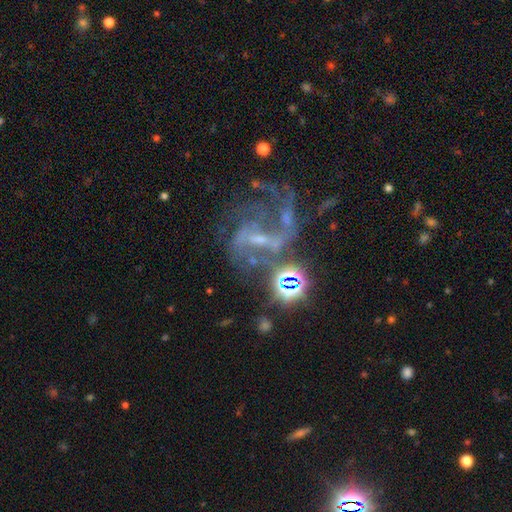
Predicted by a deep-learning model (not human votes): smooth-or-featured: featured or disk: 77% | star or artifact: 16% | smooth: 7%
  disk-edge-on: no: 97% | yes: 3%
    bar: weak: 45% | strong: 29% | no: 26%
    has-spiral-arms: yes: 89% | no: 11%
      spiral-winding: loose: 50% | medium: 37% | tight: 13%
      spiral-arm-count: 2: 68% | can't tell: 12% | 1: 7% | 3: 6% | 4: 4% | more than 4: 4%
    bulge-size: small: 67% | none: 15% | moderate: 15% | large: 2% | dominant: 1%
  merging: none: 36% | major disturbance: 26% | merger: 24% | minor disturbance: 15%